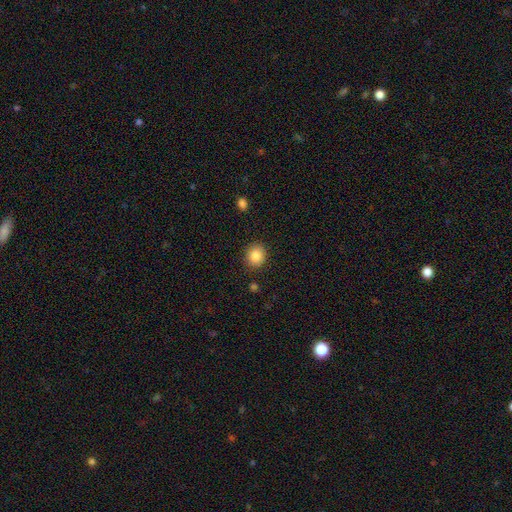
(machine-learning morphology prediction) type=smooth (86%); roundness=round (78%); merging=none (88%).